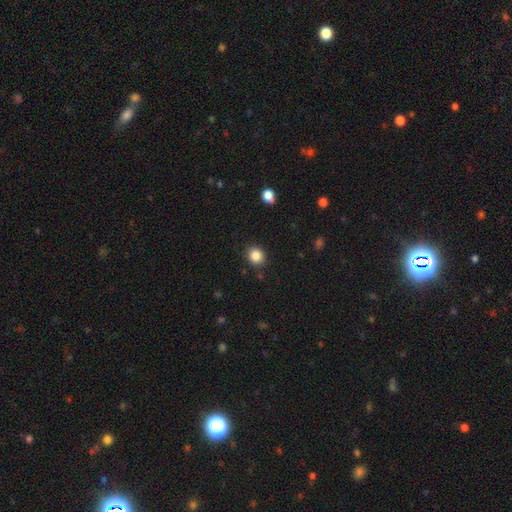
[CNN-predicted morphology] A smooth galaxy with no disk features (86%) that is round (74%). Merging: none (88%).